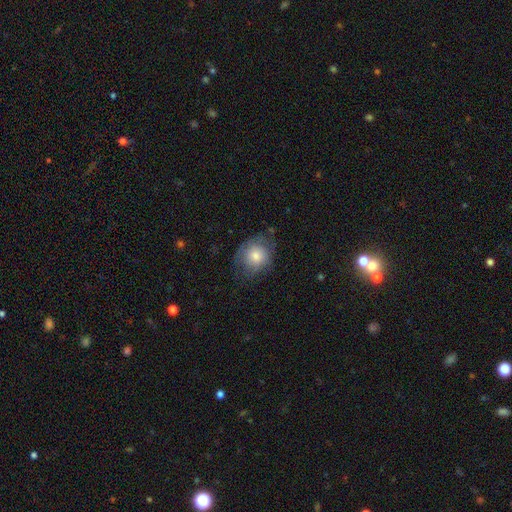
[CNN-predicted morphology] smooth-or-featured: smooth: 71% | featured or disk: 21% | star or artifact: 8%
  how-rounded: round: 65% | in between: 34% | cigar-shaped: 1%
  merging: none: 59% | minor disturbance: 27% | major disturbance: 12% | merger: 1%